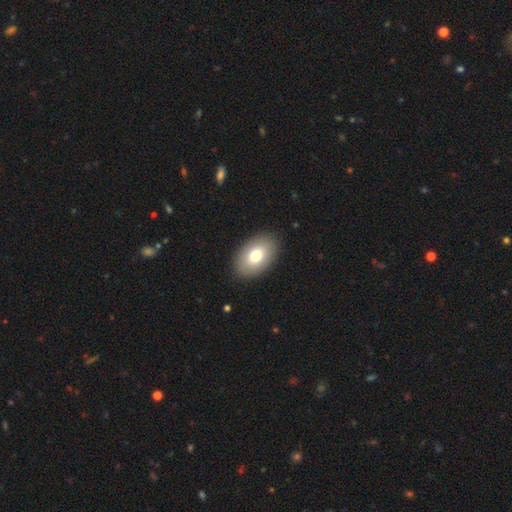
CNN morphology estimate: This appears to be a smooth galaxy with no disk features (76%) that is in between round and cigar-shaped (90%). Merging: none (89%).